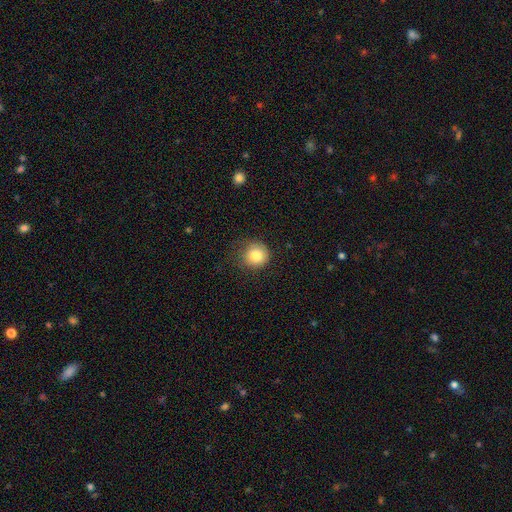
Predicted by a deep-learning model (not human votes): The model was most divided on "merging": none: 73%, minor disturbance: 19%, major disturbance: 7%, merger: 1%. More confident: how rounded — round (90%); smooth or featured — smooth (83%).